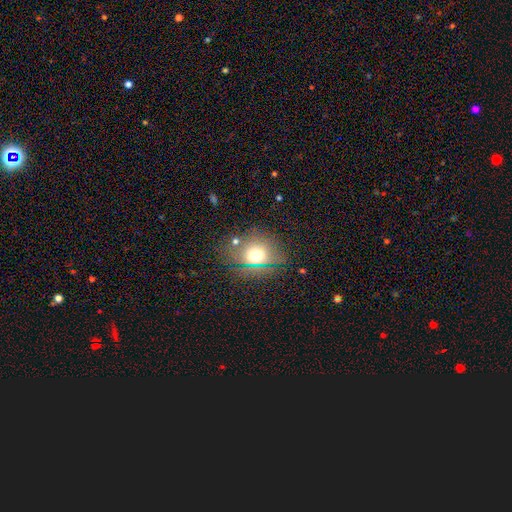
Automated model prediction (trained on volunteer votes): Q: Smooth or featured?
A: smooth (48%); runner-up: star or artifact (32%)
Q: Merging?
A: none (79%); runner-up: minor disturbance (12%)